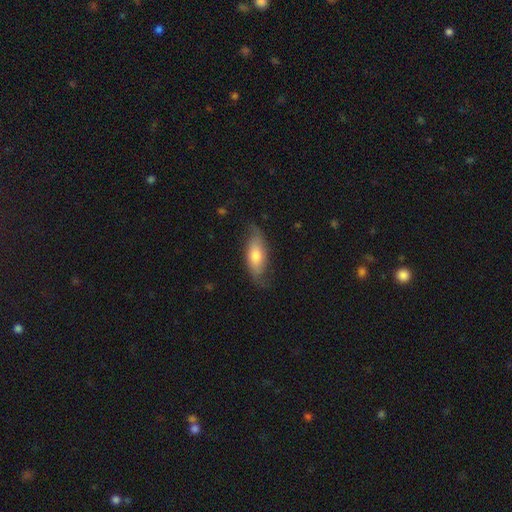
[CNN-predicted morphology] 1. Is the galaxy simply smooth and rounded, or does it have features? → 55% smooth, 39% featured or disk, 6% star or artifact.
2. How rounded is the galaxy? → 73% in between, 24% cigar-shaped, 3% round.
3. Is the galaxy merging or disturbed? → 64% none, 26% minor disturbance, 8% major disturbance, 1% merger.